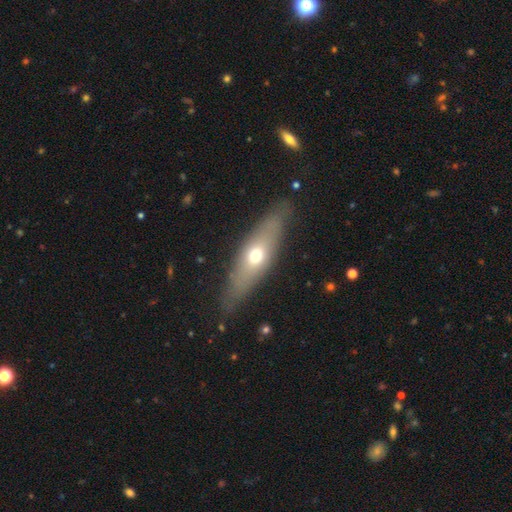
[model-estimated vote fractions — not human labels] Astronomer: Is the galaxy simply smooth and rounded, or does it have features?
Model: smooth — 54% (runner-up: featured or disk, 39%).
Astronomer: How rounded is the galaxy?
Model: cigar-shaped — 52% (runner-up: in between, 44%).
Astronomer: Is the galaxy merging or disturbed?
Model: none — 81%.